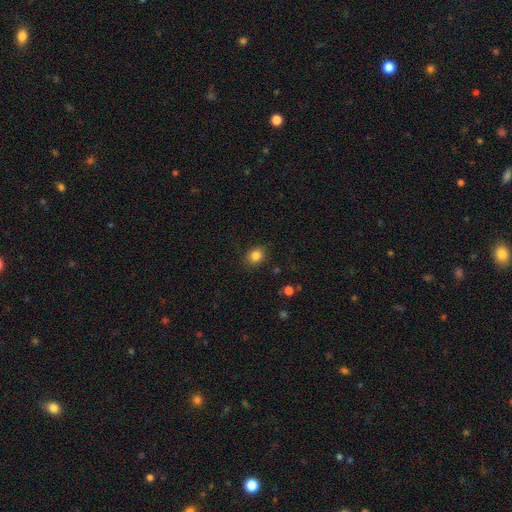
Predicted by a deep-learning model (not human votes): Smooth or featured? smooth (83%)
How rounded? round (63%)
Merging? none (83%)